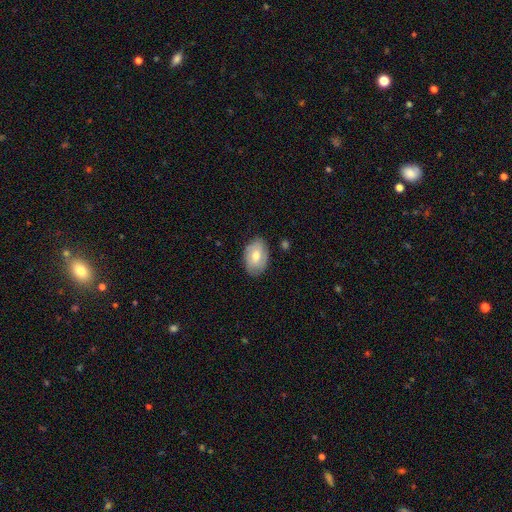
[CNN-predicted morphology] Smooth or featured? Predicted: smooth (p=0.68). How rounded? Predicted: in between (p=0.88). Merging? Predicted: none (p=0.79).